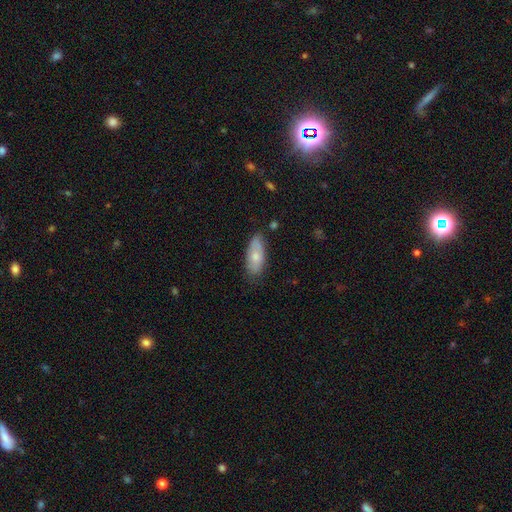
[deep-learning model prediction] Morphology: type=smooth (68%); roundness=in between (83%); merging=none (70%).